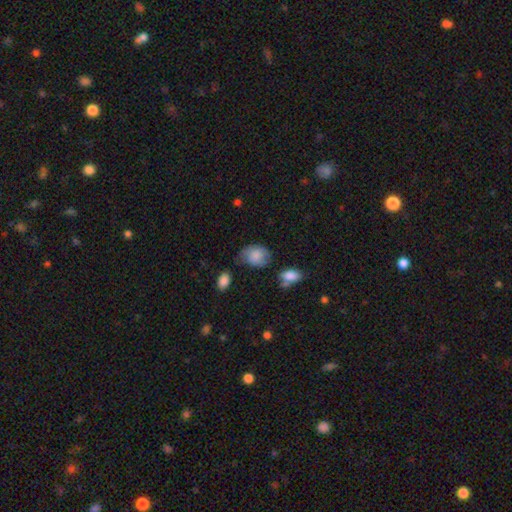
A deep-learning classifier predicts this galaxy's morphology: smooth-or-featured: smooth: 79% | featured or disk: 14% | star or artifact: 7%
  how-rounded: in between: 66% | round: 33% | cigar-shaped: 1%
  merging: none: 41% | minor disturbance: 39% | major disturbance: 14% | merger: 5%